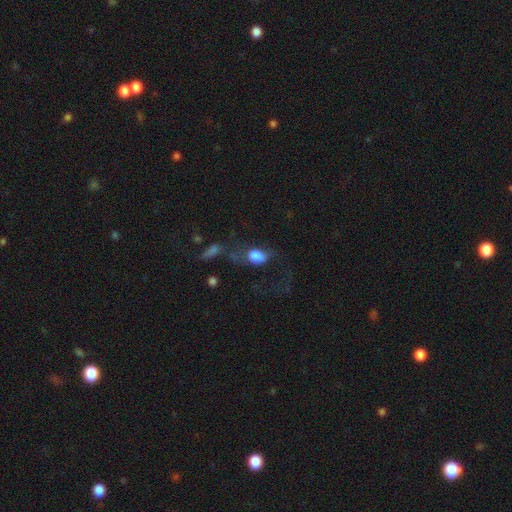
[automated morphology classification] Smooth or featured? Predicted: smooth (p=0.69). How rounded? Predicted: in between (p=0.74). Merging? Predicted: major disturbance (p=0.50).